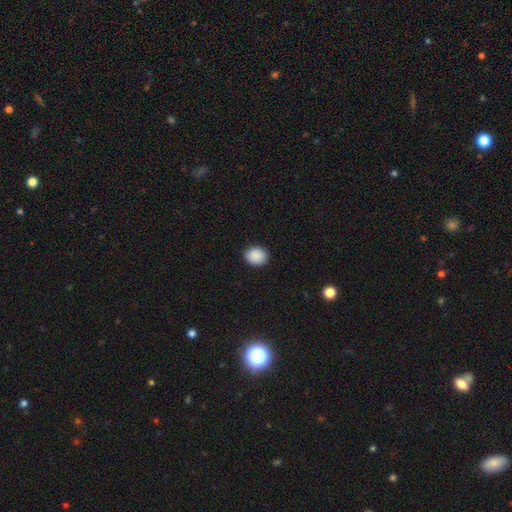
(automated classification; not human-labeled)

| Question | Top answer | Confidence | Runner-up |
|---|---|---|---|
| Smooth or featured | smooth | 90% | star or artifact (8%) |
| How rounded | round | 54% | in between (46%) |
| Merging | none | 91% | minor disturbance (7%) |